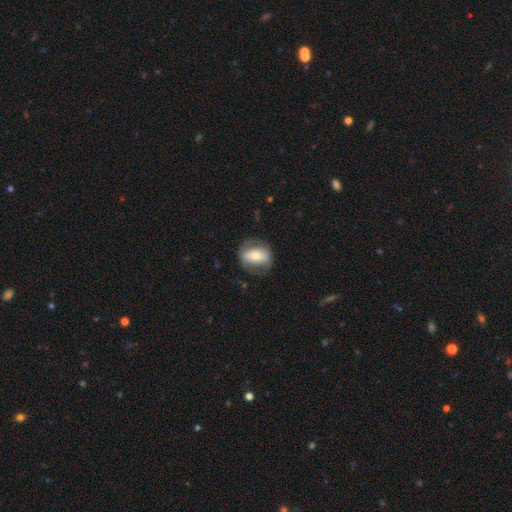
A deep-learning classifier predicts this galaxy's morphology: type=featured or disk (50%); edge-on=no (89%); merging=none (71%).